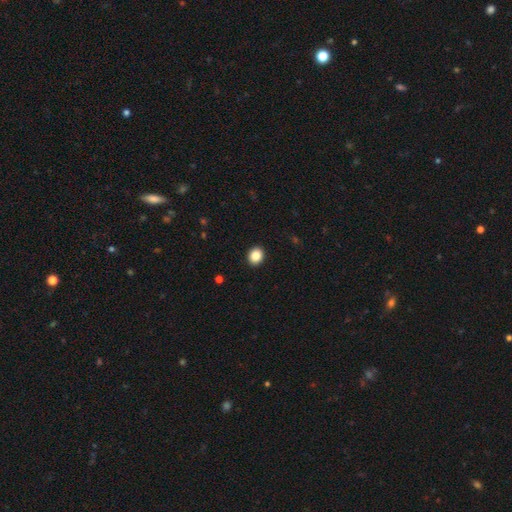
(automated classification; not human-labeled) Smooth or featured? smooth (87%)
How rounded? round (68%)
Merging? none (92%)